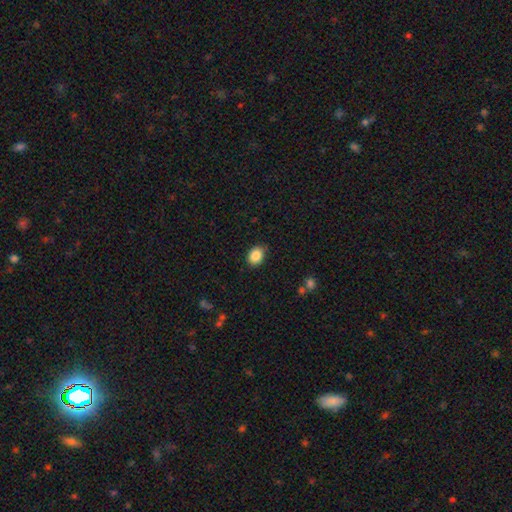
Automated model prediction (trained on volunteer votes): The model was most divided on "how rounded": in between: 67%, round: 32%, cigar-shaped: 1%. More confident: smooth or featured — smooth (87%); merging — none (84%).